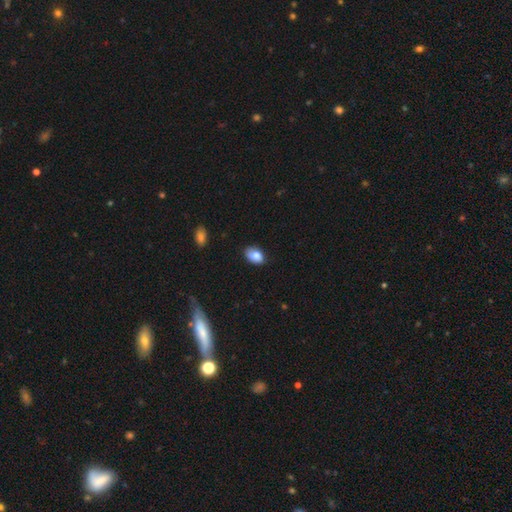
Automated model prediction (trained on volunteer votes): smooth_or_featured: smooth (p=0.85) [alt: star or artifact p=0.08]
how_rounded: in between (p=0.89) [alt: round p=0.10]
merging: none (p=0.77) [alt: minor disturbance p=0.19]